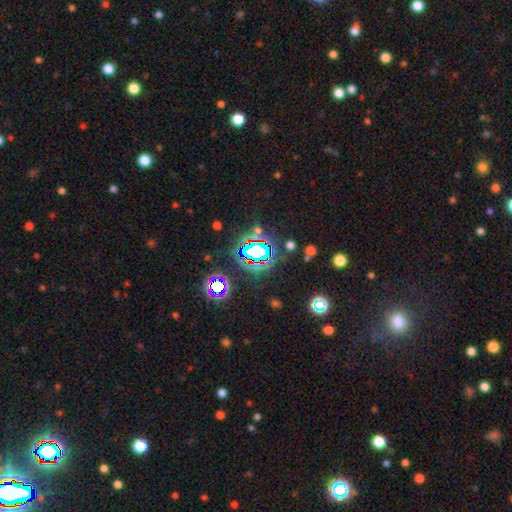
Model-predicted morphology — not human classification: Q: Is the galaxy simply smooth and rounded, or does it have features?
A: star or artifact — 68%.